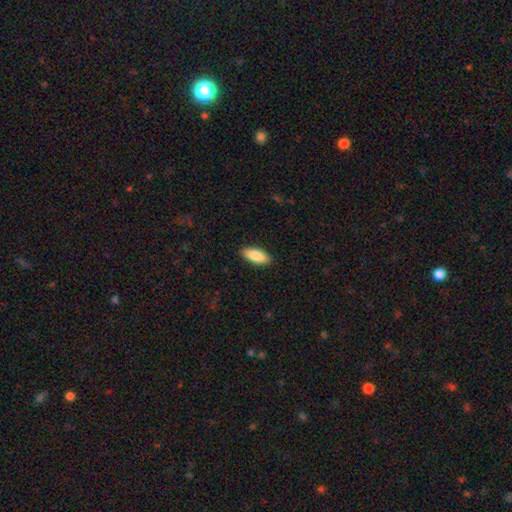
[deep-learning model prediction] Smooth or featured? smooth (88%)
How rounded? in between (83%)
Merging? none (90%)